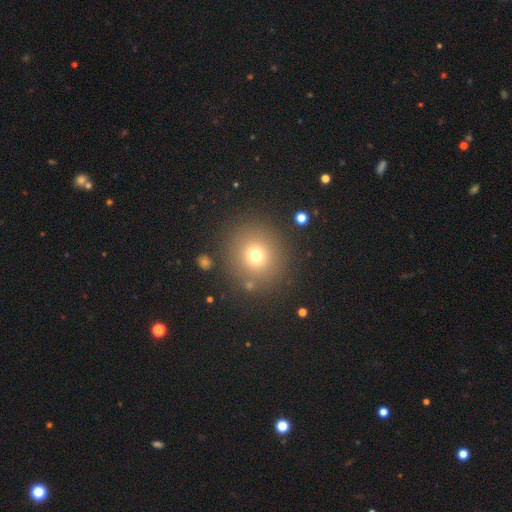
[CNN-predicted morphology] This is likely a smooth galaxy (71%). How rounded: clearly round (92%). Merging: clearly none (86%).